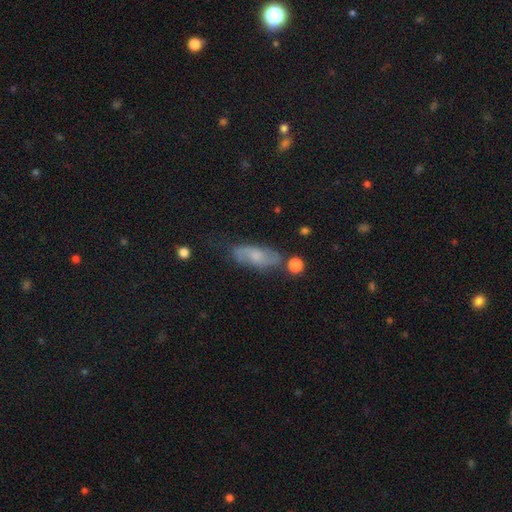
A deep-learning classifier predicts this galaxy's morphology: This appears to be a featured or disk galaxy (54%). Merging: none (69%).